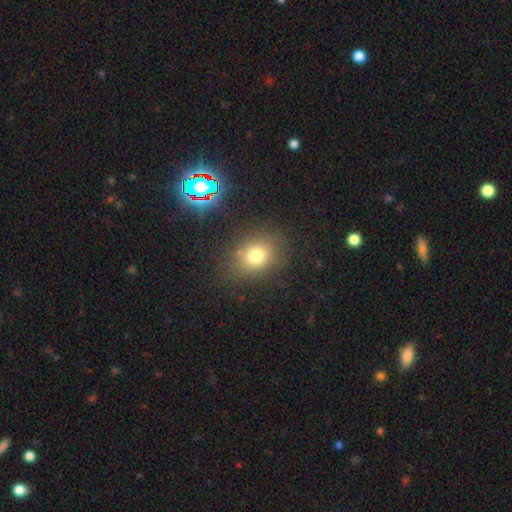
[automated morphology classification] smooth_or_featured: smooth (p=0.74) [alt: star or artifact p=0.16]
how_rounded: round (p=0.62) [alt: in between p=0.37]
merging: none (p=0.80) [alt: minor disturbance p=0.11]